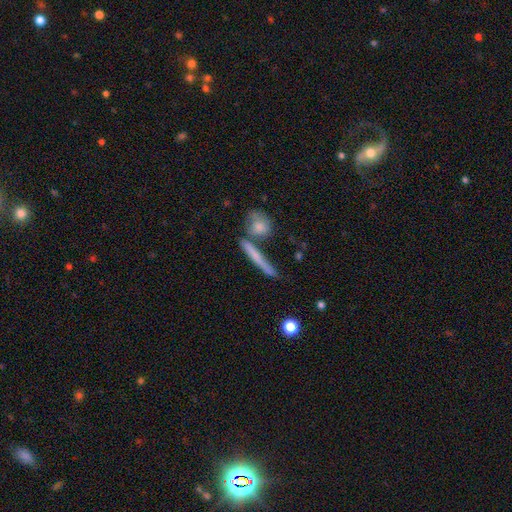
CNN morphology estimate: smooth 57%, featured or disk 34%, star or artifact 8%. Down the decision tree: how rounded — cigar-shaped (88%); merging — none (65%).